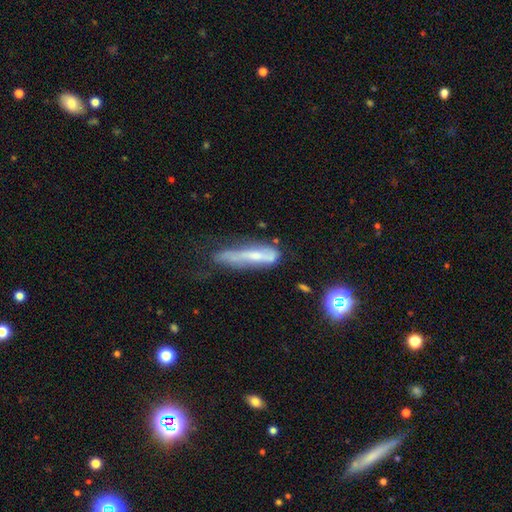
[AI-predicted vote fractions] Morphology: type=featured or disk (49%); merging=none (36%).